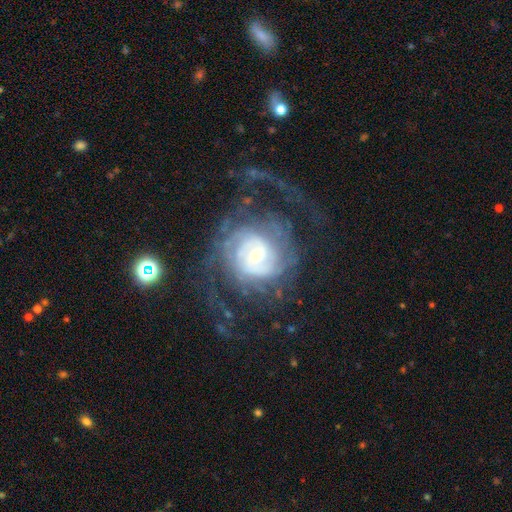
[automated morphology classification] featured or disk 85%, smooth 8%, star or artifact 7%. Down the decision tree: edge-on disk — no (97%); bar — no (64%); spiral arms — yes (94%); spiral arm count — 2 (34%); spiral winding — tight (53%); bulge size — small (67%); merging — none (54%).